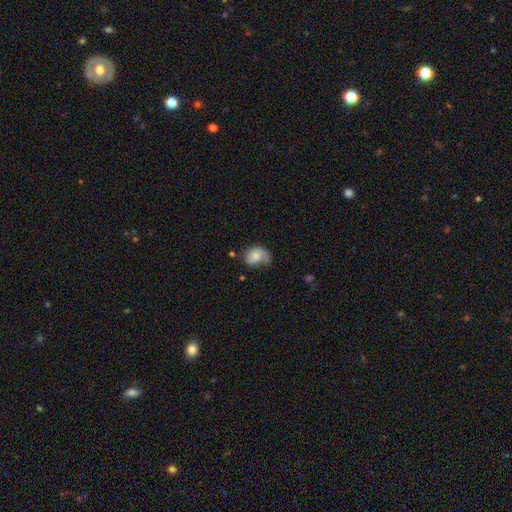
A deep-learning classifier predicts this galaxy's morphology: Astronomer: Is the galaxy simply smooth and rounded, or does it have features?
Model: featured or disk — 52% (runner-up: smooth, 40%).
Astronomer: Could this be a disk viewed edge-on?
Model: no — 97%.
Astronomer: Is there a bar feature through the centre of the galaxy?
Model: no — 69%.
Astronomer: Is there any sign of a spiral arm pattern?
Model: yes — 86%.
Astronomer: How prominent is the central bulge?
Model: small — 39%, tied with moderate at 39%.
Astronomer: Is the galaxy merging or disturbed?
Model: none — 43% (runner-up: minor disturbance, 29%).